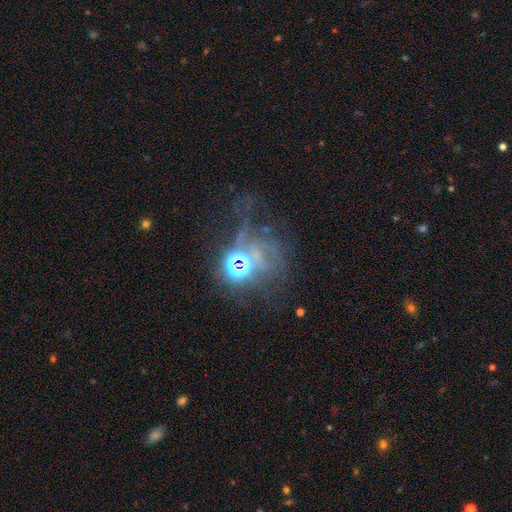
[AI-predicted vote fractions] Smooth or featured?
  - star or artifact: 59% *
  - featured or disk: 27%
  - smooth: 14%